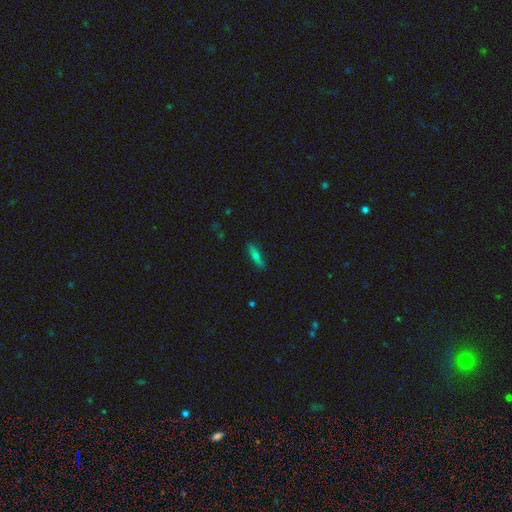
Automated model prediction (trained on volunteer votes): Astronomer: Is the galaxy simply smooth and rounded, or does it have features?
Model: smooth — 57% (runner-up: featured or disk, 36%).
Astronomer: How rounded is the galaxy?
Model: cigar-shaped — 77%.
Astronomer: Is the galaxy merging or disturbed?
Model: none — 86%.